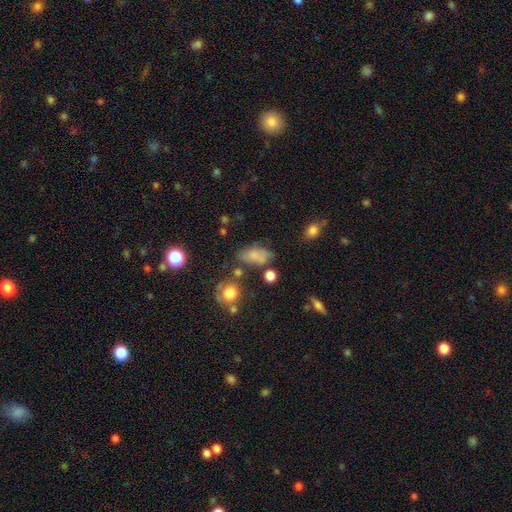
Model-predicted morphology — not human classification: smooth_or_featured: smooth (p=0.69) [alt: featured or disk p=0.18]
how_rounded: in between (p=0.85) [alt: round p=0.10]
merging: none (p=0.48) [alt: minor disturbance p=0.26]